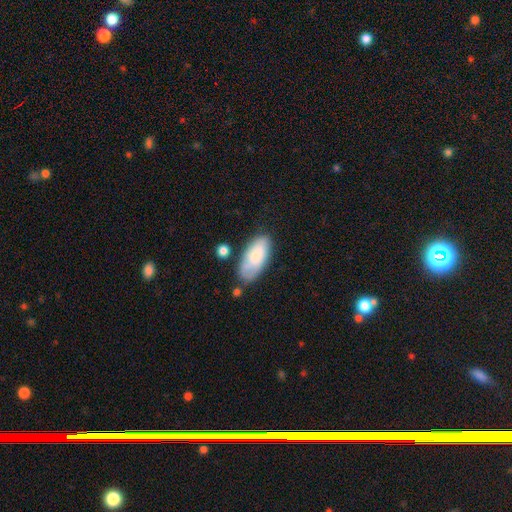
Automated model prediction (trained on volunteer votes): The model was most divided on "merging": none: 64%, minor disturbance: 23%, major disturbance: 7%, merger: 6%. More confident: how rounded — in between (91%); smooth or featured — smooth (75%).